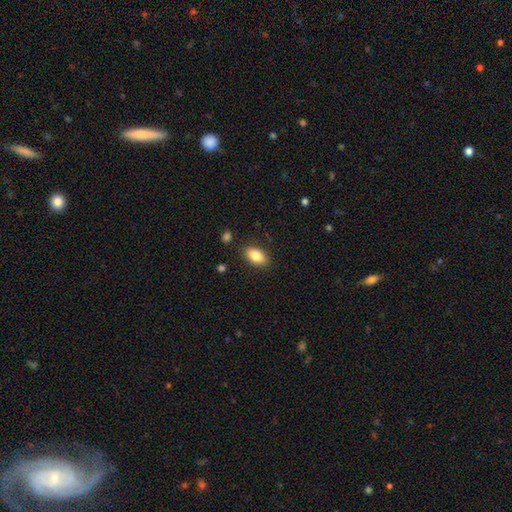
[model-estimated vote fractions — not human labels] Smooth or featured? Predicted: smooth (p=0.85). How rounded? Predicted: in between (p=0.92). Merging? Predicted: none (p=0.86).